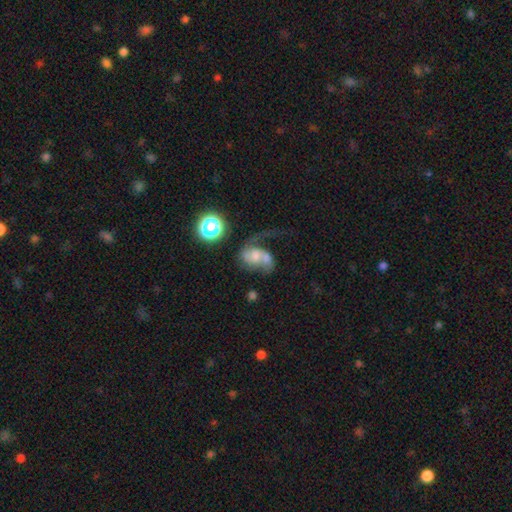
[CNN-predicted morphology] smooth-or-featured: featured or disk: 58% | smooth: 30% | star or artifact: 12%
  disk-edge-on: no: 97% | yes: 3%
    bar: no: 67% | weak: 27% | strong: 6%
    has-spiral-arms: yes: 78% | no: 22%
    bulge-size: moderate: 35% | small: 26% | none: 19% | large: 16% | dominant: 4%
  merging: major disturbance: 35% | merger: 33% | none: 20% | minor disturbance: 12%